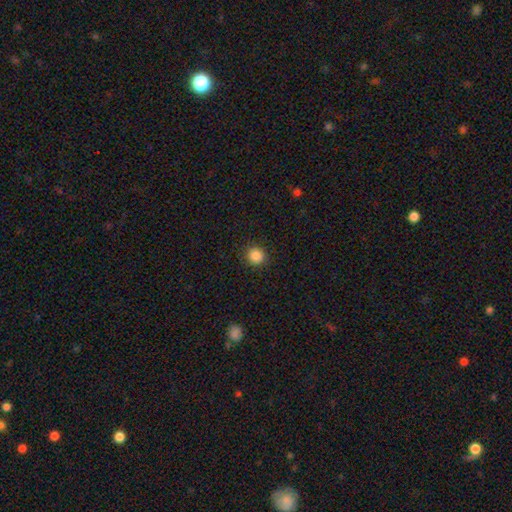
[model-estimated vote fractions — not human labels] smooth_or_featured: smooth (p=0.86) [alt: star or artifact p=0.10]
how_rounded: round (p=0.92) [alt: in between p=0.07]
merging: none (p=0.91) [alt: minor disturbance p=0.06]